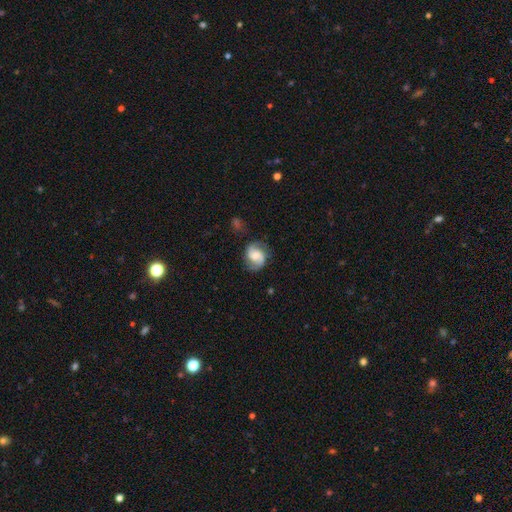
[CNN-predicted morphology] featured or disk 64%, smooth 29%, star or artifact 8%. Down the decision tree: edge-on disk — no (98%); bar — no (49%); spiral arms — yes (93%); spiral arm count — 2 (87%); spiral winding — medium (46%); bulge size — moderate (43%); merging — none (71%).